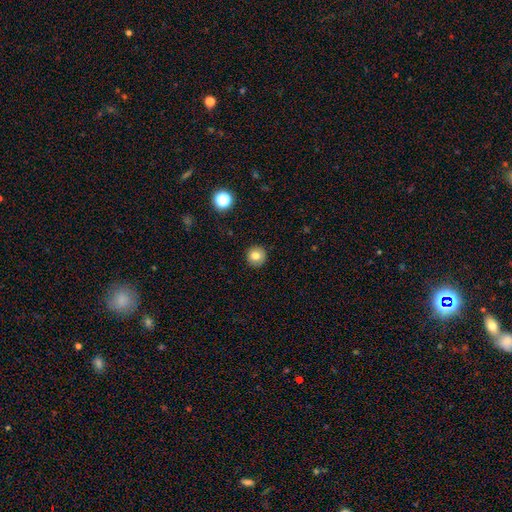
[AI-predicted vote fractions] Smooth or featured? smooth (79%)
How rounded? round (95%)
Merging? none (92%)